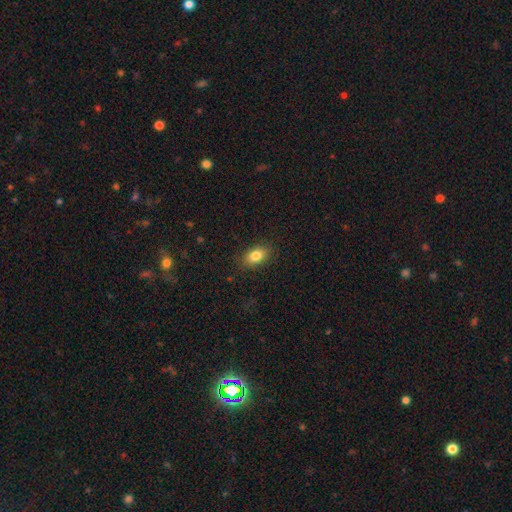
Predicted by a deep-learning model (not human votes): Smooth or featured? smooth (83%)
How rounded? in between (85%)
Merging? none (86%)